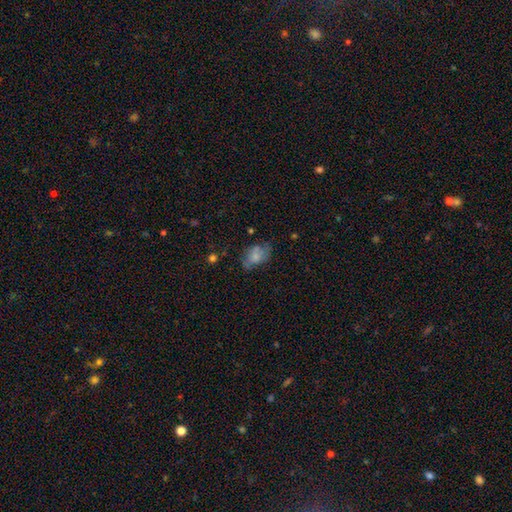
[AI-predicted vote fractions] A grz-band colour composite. It shows a smooth galaxy with no disk features (65%) that is in between round and cigar-shaped (83%). Merging: none (50%).